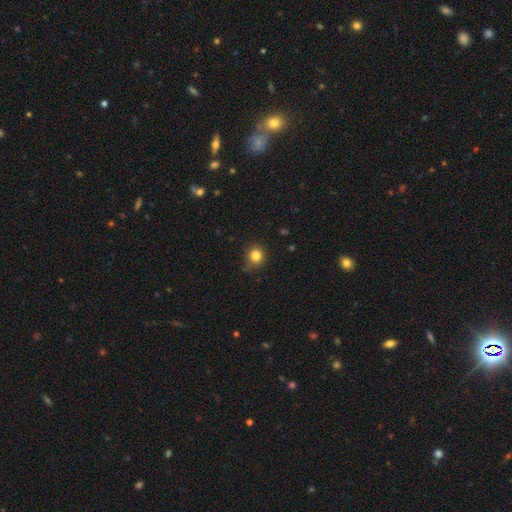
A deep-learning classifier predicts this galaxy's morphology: Overall: smooth (82%). How rounded: round (88%). Merging: none (71%).